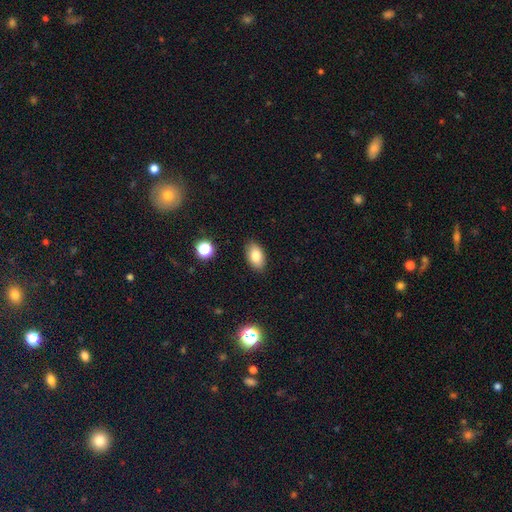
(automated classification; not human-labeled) Overall: smooth (82%). How rounded: in between (92%). Merging: none (87%).